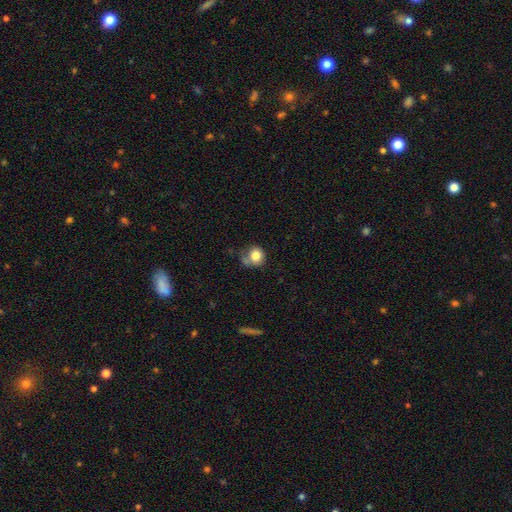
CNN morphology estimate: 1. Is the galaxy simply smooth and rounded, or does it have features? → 80% smooth, 10% featured or disk, 9% star or artifact.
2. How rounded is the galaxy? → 78% round, 21% in between, 1% cigar-shaped.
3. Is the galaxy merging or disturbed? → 50% none, 25% minor disturbance, 14% merger, 11% major disturbance.